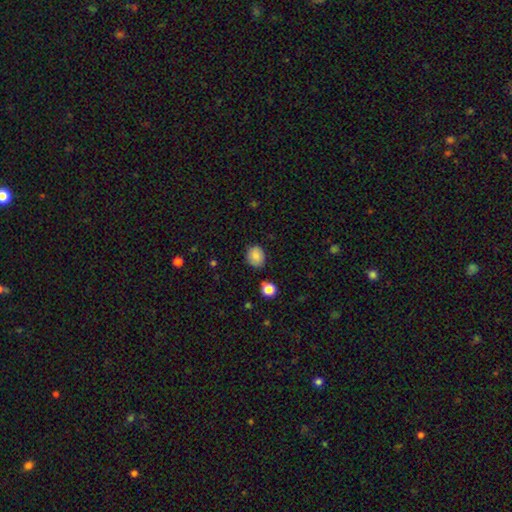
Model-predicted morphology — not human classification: smooth 84%, star or artifact 9%, featured or disk 7%. Down the decision tree: how rounded — round (67%); merging — none (78%).